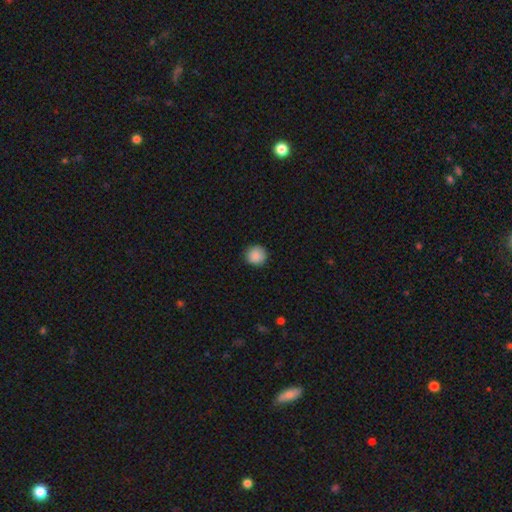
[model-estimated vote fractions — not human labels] Smooth or featured? smooth (88%)
How rounded? round (94%)
Merging? none (90%)